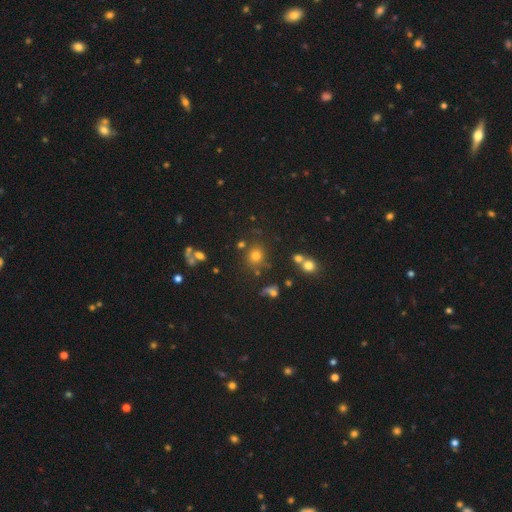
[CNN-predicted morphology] Smooth or featured? smooth (70%)
How rounded? round (79%)
Merging? none (75%)